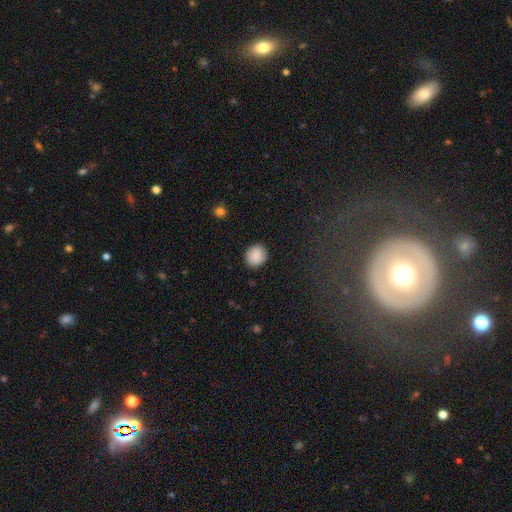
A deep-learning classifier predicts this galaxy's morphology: Q: Smooth or featured?
A: smooth (89%); runner-up: star or artifact (7%)
Q: How rounded?
A: round (78%); runner-up: in between (21%)
Q: Merging?
A: none (88%); runner-up: minor disturbance (8%)